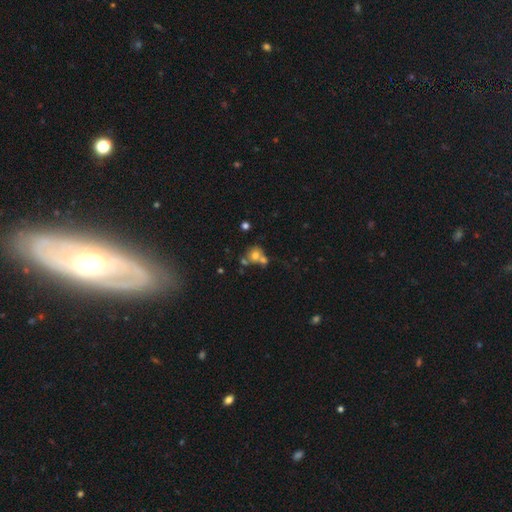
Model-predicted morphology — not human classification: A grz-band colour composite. It shows a smooth galaxy with no disk features (64%) that is round (74%). Merging: merger (49%).